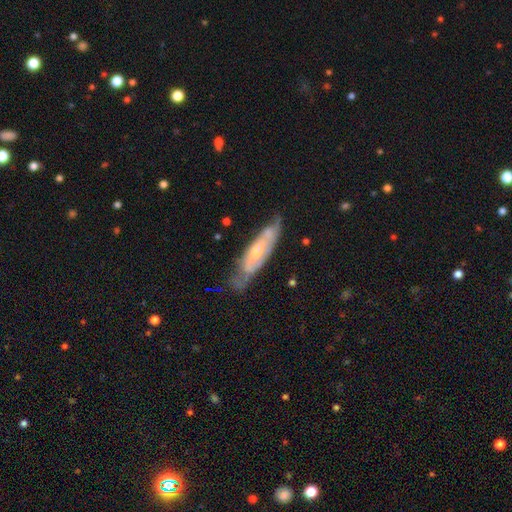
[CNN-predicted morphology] A featured or disk galaxy (72%).

Vote fractions:
- Smooth or featured? featured or disk: 72% / smooth: 21% / star or artifact: 7%
- Edge-on disk? no: 65% / yes: 35%
- Merging? none: 69% / minor disturbance: 22% / major disturbance: 7% / merger: 2%